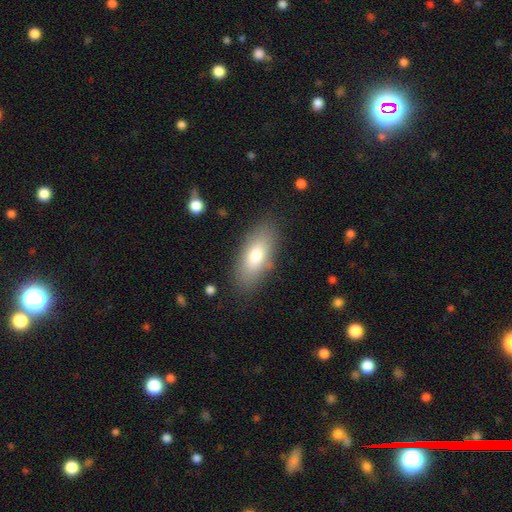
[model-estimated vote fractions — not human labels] A smooth galaxy with no disk features (75%) that is in between round and cigar-shaped (85%). Merging: none (85%).